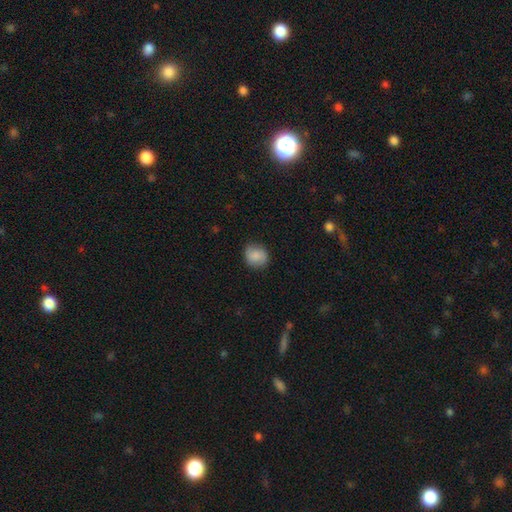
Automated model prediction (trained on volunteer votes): Smooth or featured?
  - smooth: 82% *
  - featured or disk: 10%
  - star or artifact: 7%
How rounded?
  - round: 78% *
  - in between: 21%
  - cigar-shaped: 1%
Merging?
  - none: 83% *
  - minor disturbance: 13%
  - major disturbance: 3%
  - merger: 1%